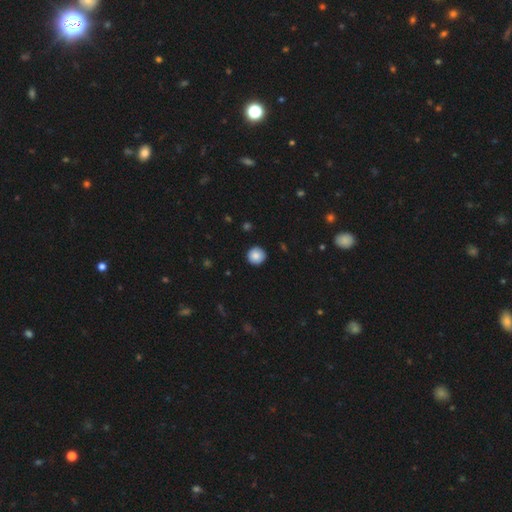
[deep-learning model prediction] This appears to be a smooth galaxy with no disk features (86%) that is round (95%). Merging: none (92%).